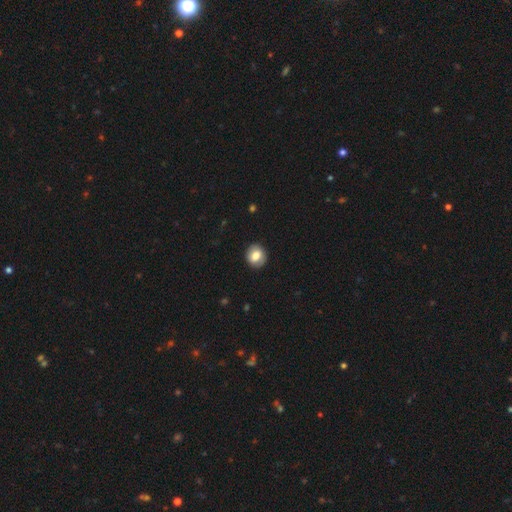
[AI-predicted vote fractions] A smooth galaxy with no disk features (75%) that is round (71%).

Vote fractions:
- Smooth or featured? smooth: 75% / featured or disk: 17% / star or artifact: 8%
- How rounded? round: 71% / in between: 28% / cigar-shaped: 1%
- Merging? none: 87% / minor disturbance: 10% / major disturbance: 3% / merger: 1%